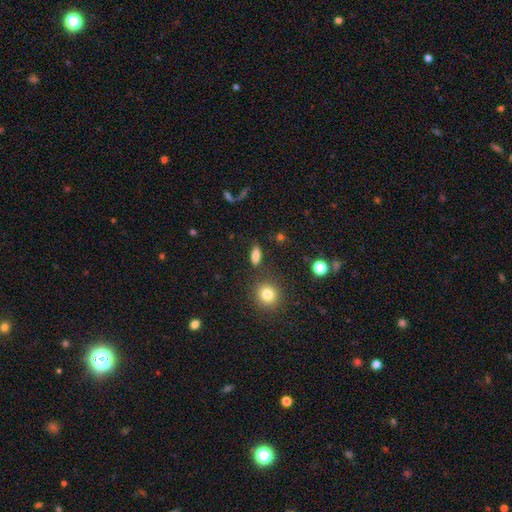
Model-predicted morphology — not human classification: type=smooth (80%); roundness=in between (70%); merging=none (80%).